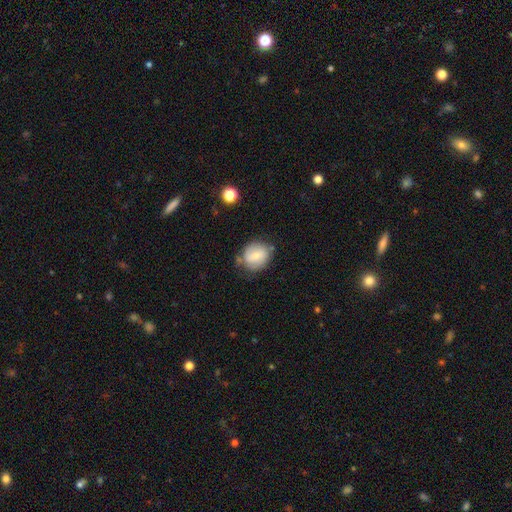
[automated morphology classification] Overall: smooth (61%; featured or disk 32%). How rounded: round (69%; in between 30%). Merging: none (63%; minor disturbance 24%).